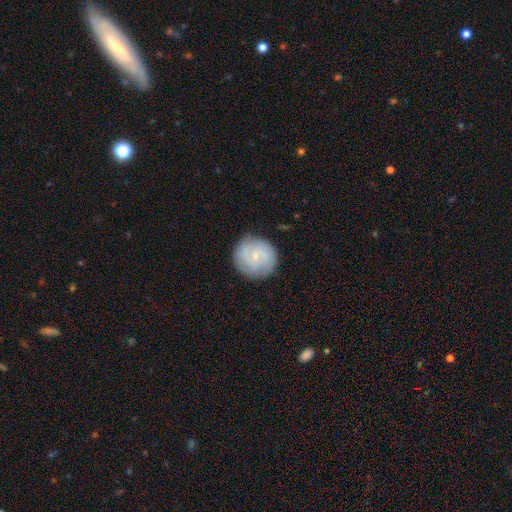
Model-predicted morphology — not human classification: type=featured or disk (60%); edge-on=no (98%); bar=no (52%); spiral arms=yes (91%); winding=tight (56%); arm count=2 (34%); bulge=small (78%); merging=none (85%).